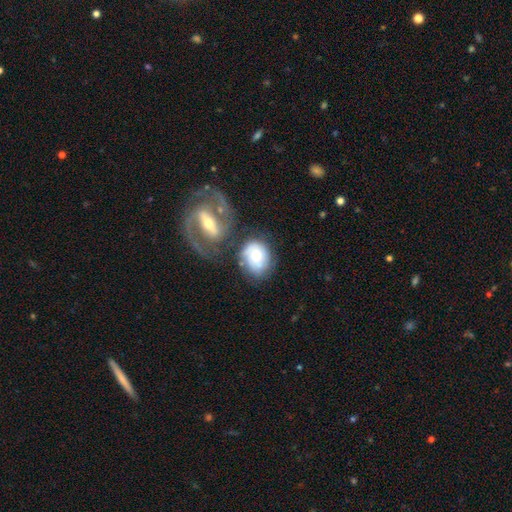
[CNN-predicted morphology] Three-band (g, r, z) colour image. It shows a smooth galaxy with no disk features (52%) that is round (53%). Merging: none (46%).